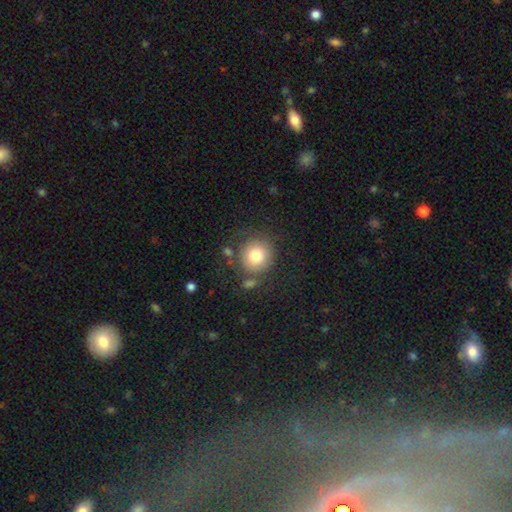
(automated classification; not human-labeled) Smooth or featured?
  - smooth: 78% *
  - featured or disk: 13%
  - star or artifact: 10%
How rounded?
  - round: 92% *
  - in between: 7%
  - cigar-shaped: 1%
Merging?
  - none: 72% *
  - minor disturbance: 13%
  - major disturbance: 8%
  - merger: 7%